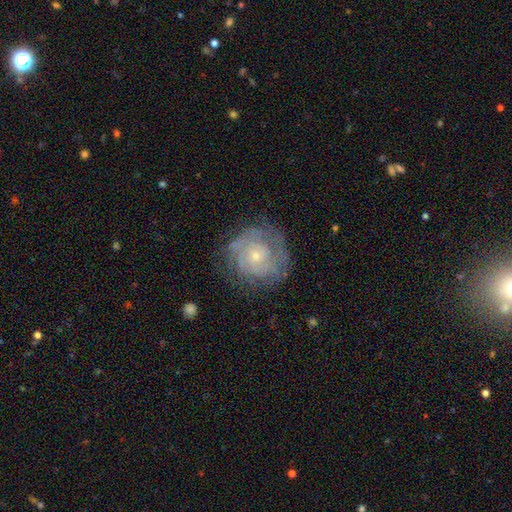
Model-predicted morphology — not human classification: Smooth or featured? featured or disk (76%)
Edge-on disk? no (98%)
Bar? no (78%)
Spiral arms? yes (89%)
Spiral winding? tight (71%)
Spiral arm count? can't tell (42%)
Bulge size? small (71%)
Merging? none (75%)